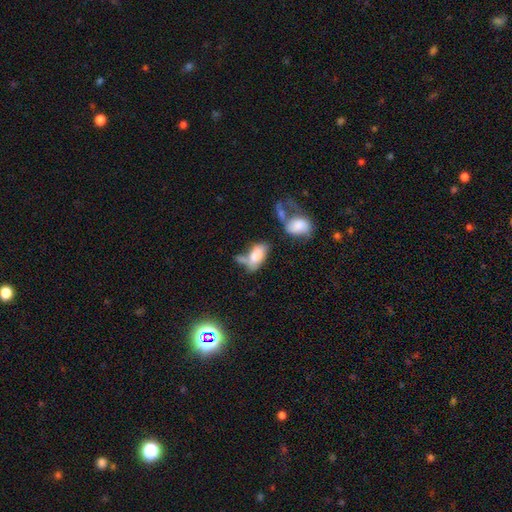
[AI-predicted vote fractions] Morphology: type=smooth (75%); roundness=in between (91%); merging=merger (37%).